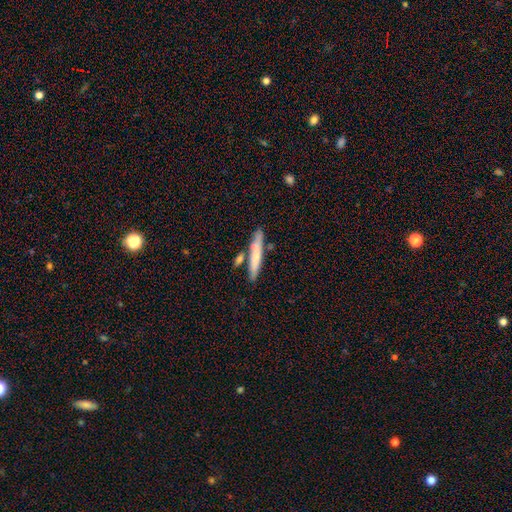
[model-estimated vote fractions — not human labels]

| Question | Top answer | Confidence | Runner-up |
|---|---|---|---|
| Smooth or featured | smooth | 64% | featured or disk (30%) |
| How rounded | cigar-shaped | 91% | in between (7%) |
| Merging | none | 71% | minor disturbance (14%) |